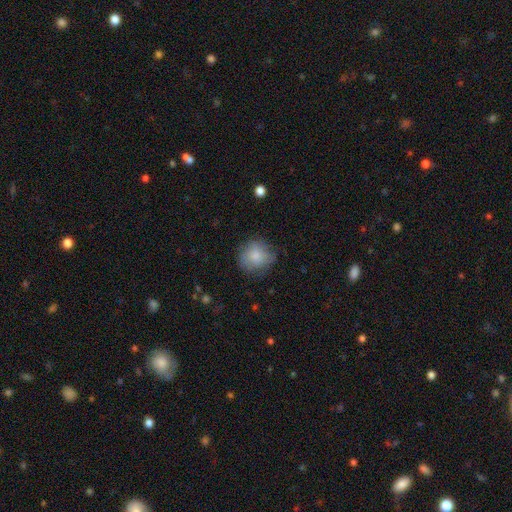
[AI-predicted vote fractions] This is likely a smooth galaxy (80%). How rounded: clearly round (85%). Merging: likely none (69%).